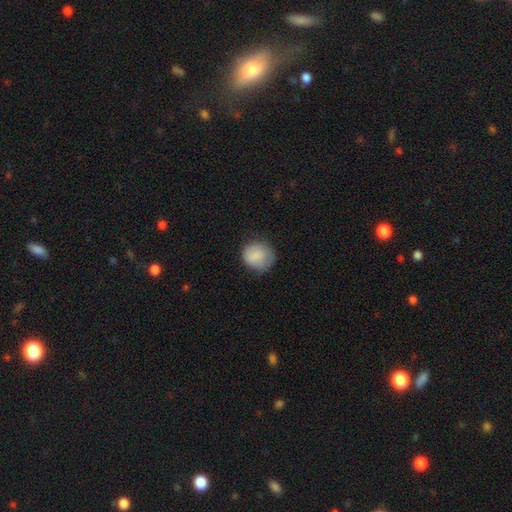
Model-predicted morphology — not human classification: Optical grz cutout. It shows a smooth galaxy with no disk features (84%) that is round (83%). Merging: none (69%).